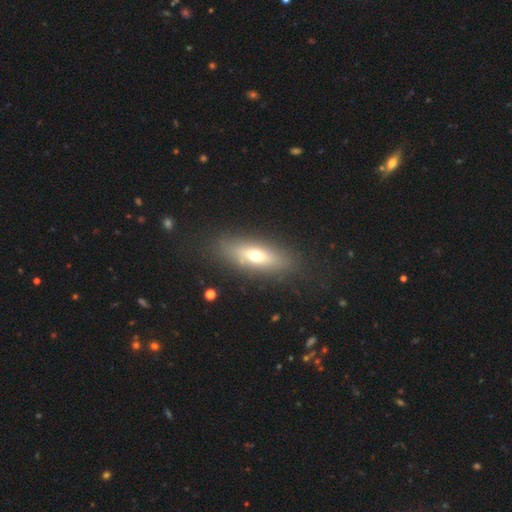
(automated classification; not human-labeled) smooth_or_featured: smooth (p=0.55) [alt: featured or disk p=0.36]
how_rounded: in between (p=0.57) [alt: cigar-shaped p=0.39]
merging: none (p=0.83) [alt: minor disturbance p=0.11]